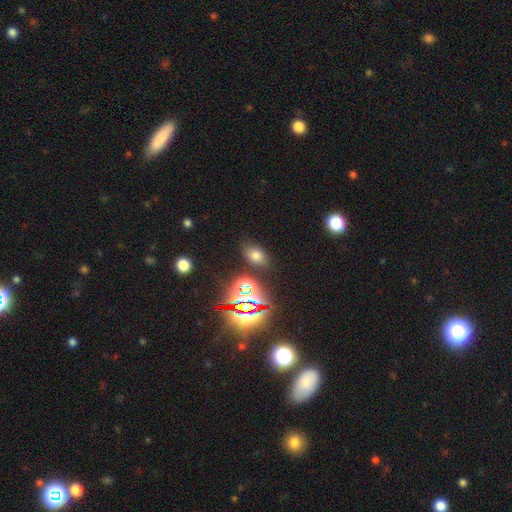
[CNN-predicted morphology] Smooth or featured? smooth (63%)
How rounded? in between (84%)
Merging? none (82%)